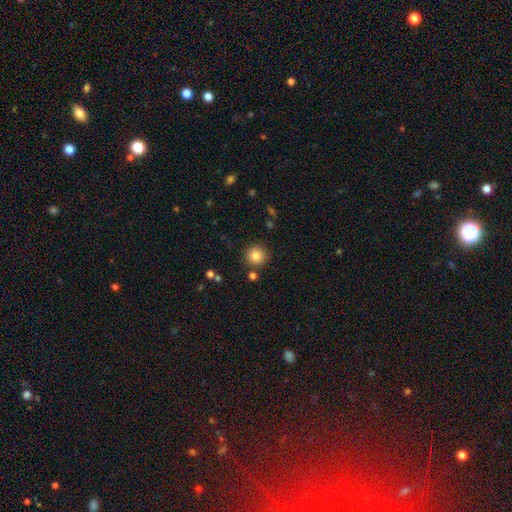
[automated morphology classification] Q: Smooth or featured?
A: smooth (85%); runner-up: star or artifact (10%)
Q: How rounded?
A: round (93%); runner-up: in between (6%)
Q: Merging?
A: none (87%); runner-up: minor disturbance (7%)